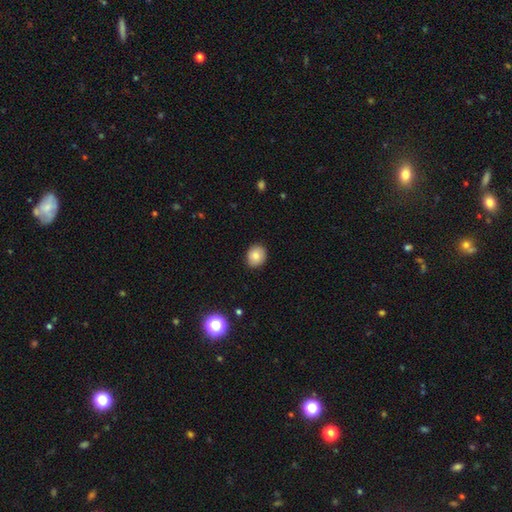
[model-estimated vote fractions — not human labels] A smooth galaxy with no disk features (81%) that is round (63%). Merging: none (87%).